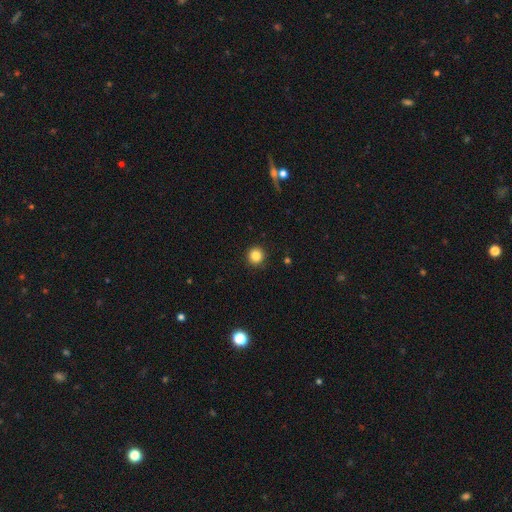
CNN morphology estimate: This appears to be a smooth galaxy with no disk features (85%) that is round (94%). Merging: none (92%).